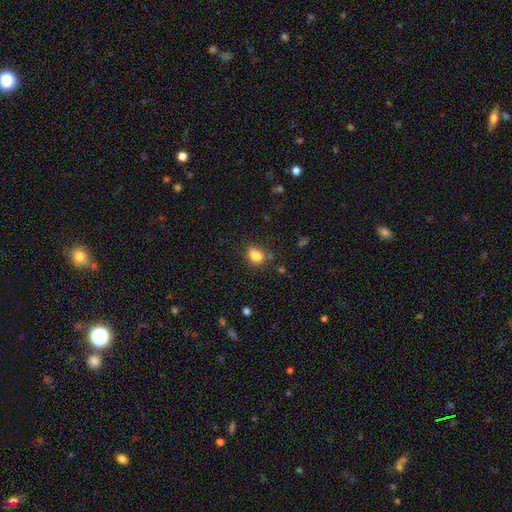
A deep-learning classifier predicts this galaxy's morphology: A smooth galaxy with no disk features (81%) that is in between round and cigar-shaped (72%).

Vote fractions:
- Smooth or featured? smooth: 81% / star or artifact: 11% / featured or disk: 8%
- How rounded? in between: 72% / round: 26% / cigar-shaped: 2%
- Merging? none: 56% / minor disturbance: 22% / merger: 15% / major disturbance: 8%